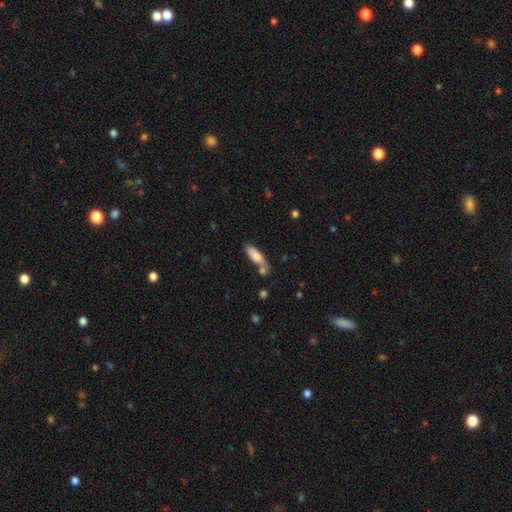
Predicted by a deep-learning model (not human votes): A smooth galaxy with no disk features (79%) that is in between round and cigar-shaped (55%).

Vote fractions:
- Smooth or featured? smooth: 79% / featured or disk: 15% / star or artifact: 7%
- How rounded? in between: 55% / cigar-shaped: 43% / round: 2%
- Merging? none: 55% / merger: 20% / minor disturbance: 19% / major disturbance: 5%